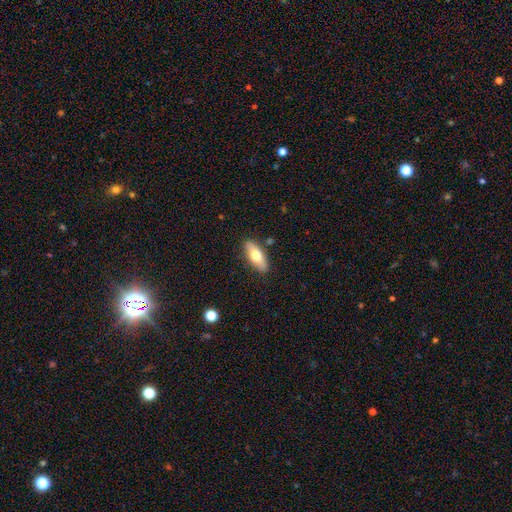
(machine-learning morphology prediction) A smooth galaxy with no disk features (66%) that is in between round and cigar-shaped (77%). Merging: none (85%).